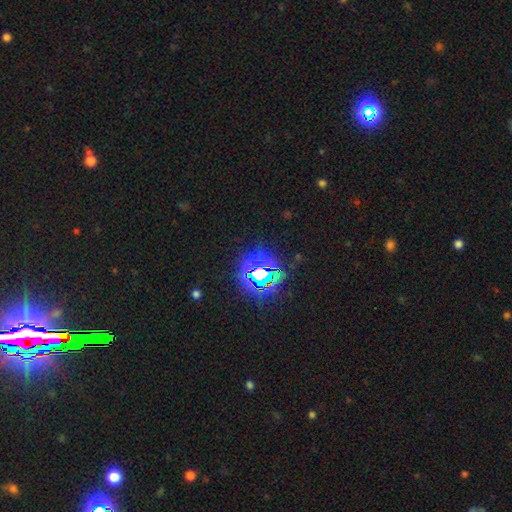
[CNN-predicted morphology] Smooth or featured?
  - star or artifact: 81% *
  - smooth: 12%
  - featured or disk: 7%